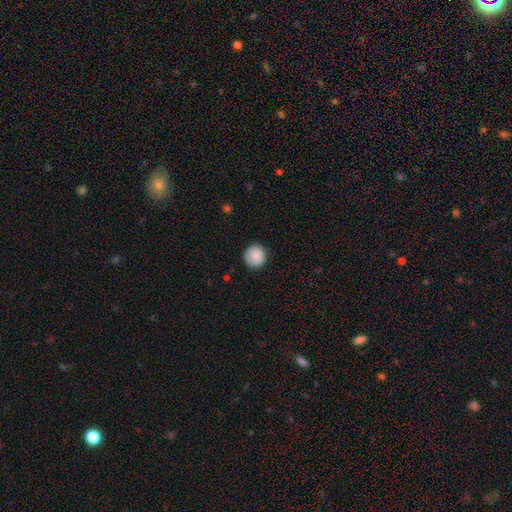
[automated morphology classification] This is clearly a smooth galaxy (89%). How rounded: clearly round (93%). Merging: clearly none (88%).